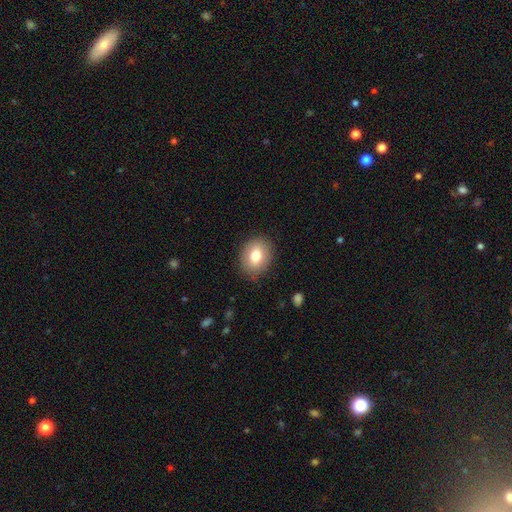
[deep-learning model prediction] The model was most divided on "how rounded": in between: 58%, round: 41%, cigar-shaped: 1%. More confident: merging — none (86%); smooth or featured — smooth (78%).